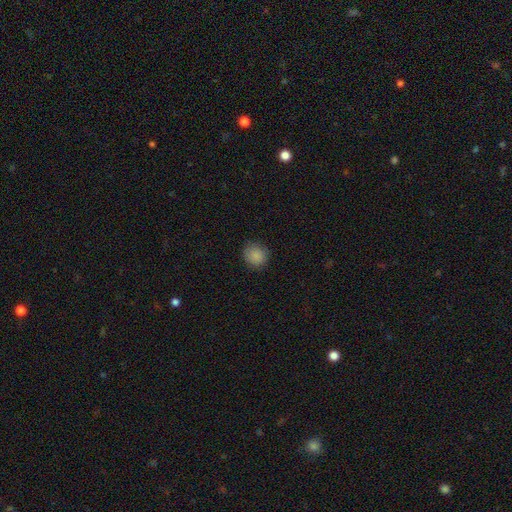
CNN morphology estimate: This is clearly a smooth galaxy (87%). How rounded: clearly round (81%). Merging: clearly none (84%).